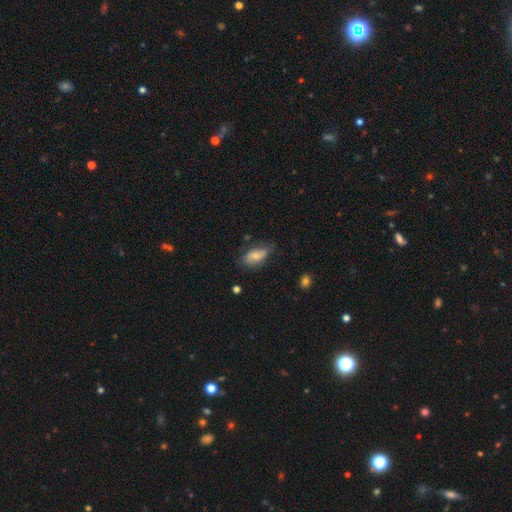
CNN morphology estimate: Smooth or featured?
  - smooth: 63% *
  - featured or disk: 29%
  - star or artifact: 8%
How rounded?
  - in between: 88% *
  - cigar-shaped: 7%
  - round: 5%
Merging?
  - none: 56% *
  - minor disturbance: 32%
  - major disturbance: 9%
  - merger: 2%